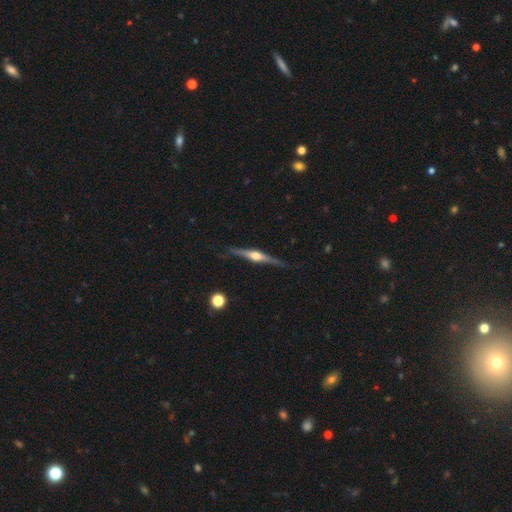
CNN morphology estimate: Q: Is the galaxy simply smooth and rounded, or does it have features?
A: featured or disk — 81%.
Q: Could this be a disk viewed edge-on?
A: yes — 98%.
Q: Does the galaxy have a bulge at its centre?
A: rounded — 91%.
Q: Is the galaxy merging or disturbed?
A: none — 85%.